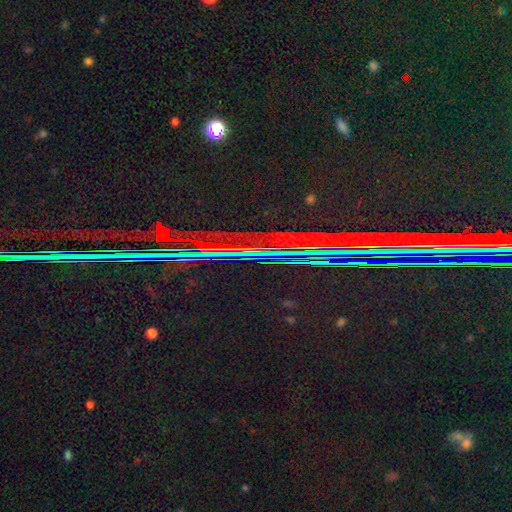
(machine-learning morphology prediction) Smooth or featured? Predicted: star or artifact (p=0.86).